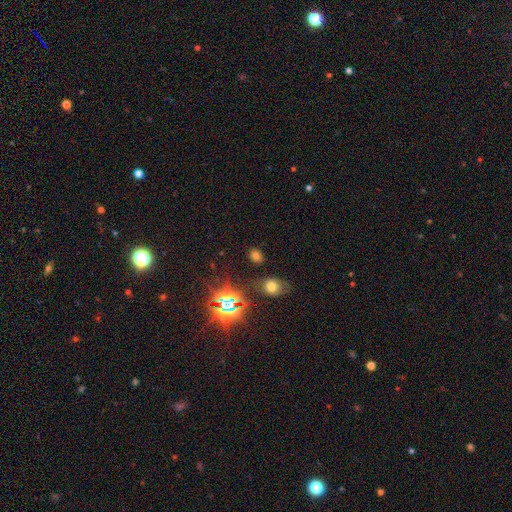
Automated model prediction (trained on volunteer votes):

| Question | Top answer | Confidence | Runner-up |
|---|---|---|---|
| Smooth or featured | smooth | 58% | star or artifact (35%) |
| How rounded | in between | 59% | round (39%) |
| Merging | none | 80% | minor disturbance (12%) |